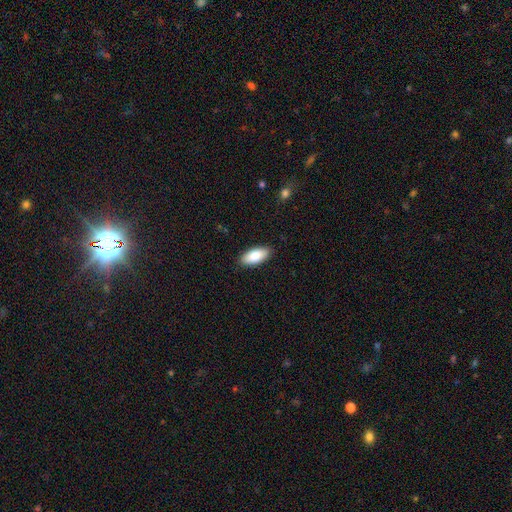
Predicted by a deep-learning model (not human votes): Morphology: type=smooth (86%); roundness=in between (88%); merging=none (89%).